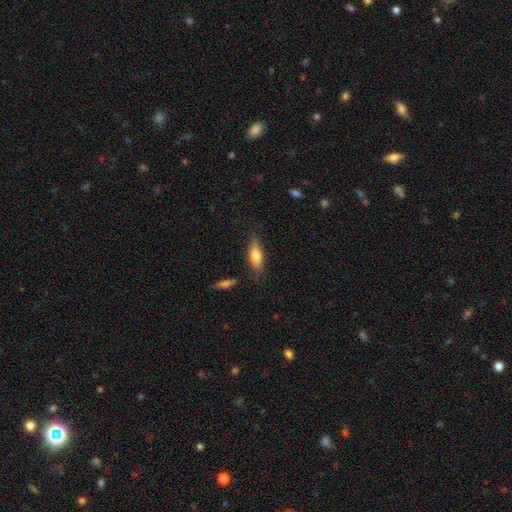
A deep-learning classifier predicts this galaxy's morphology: smooth_or_featured: smooth (p=0.72) [alt: featured or disk p=0.22]
how_rounded: in between (p=0.66) [alt: cigar-shaped p=0.32]
merging: none (p=0.76) [alt: minor disturbance p=0.17]